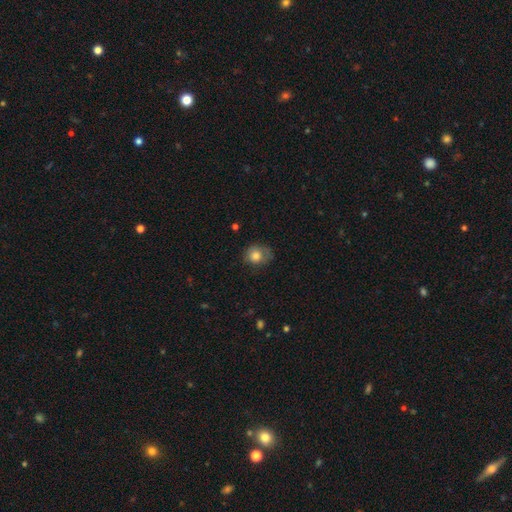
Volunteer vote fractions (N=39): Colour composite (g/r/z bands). It shows a smooth galaxy with no disk features (79%) that is round (58%). Merging: none (53%).